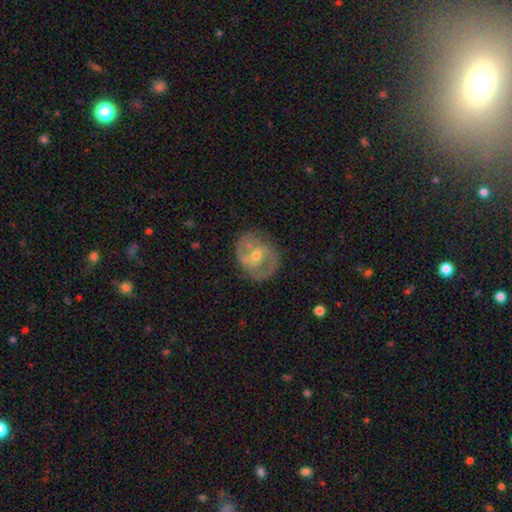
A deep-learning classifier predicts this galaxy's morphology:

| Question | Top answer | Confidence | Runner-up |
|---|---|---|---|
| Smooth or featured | featured or disk | 82% | smooth (13%) |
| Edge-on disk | no | 97% | yes (3%) |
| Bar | weak | 43% | no (42%) |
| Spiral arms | yes | 92% | no (8%) |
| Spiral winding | medium | 51% | tight (27%) |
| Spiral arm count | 2 | 82% | can't tell (8%) |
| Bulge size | moderate | 51% | small (46%) |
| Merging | none | 76% | minor disturbance (16%) |